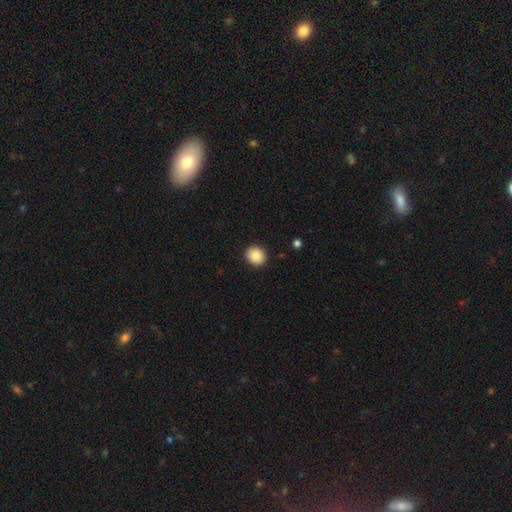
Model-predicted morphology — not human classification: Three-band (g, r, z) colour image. It shows a smooth galaxy with no disk features (88%) that is round (63%). Merging: none (89%).